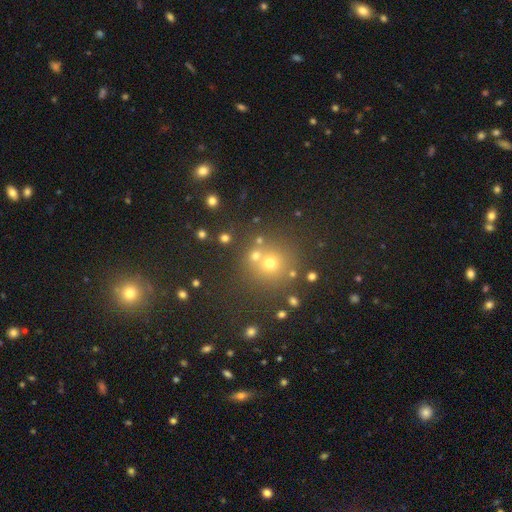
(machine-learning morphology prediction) The model was most divided on "smooth or featured": smooth: 66%, star or artifact: 24%, featured or disk: 10%. More confident: how rounded — round (90%); merging — none (70%).